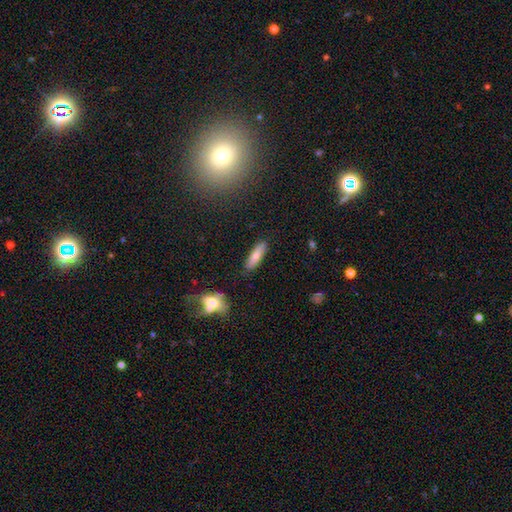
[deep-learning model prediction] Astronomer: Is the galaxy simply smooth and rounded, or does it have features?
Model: smooth — 75%.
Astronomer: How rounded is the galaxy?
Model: cigar-shaped — 66%.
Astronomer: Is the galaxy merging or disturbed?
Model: none — 86%.